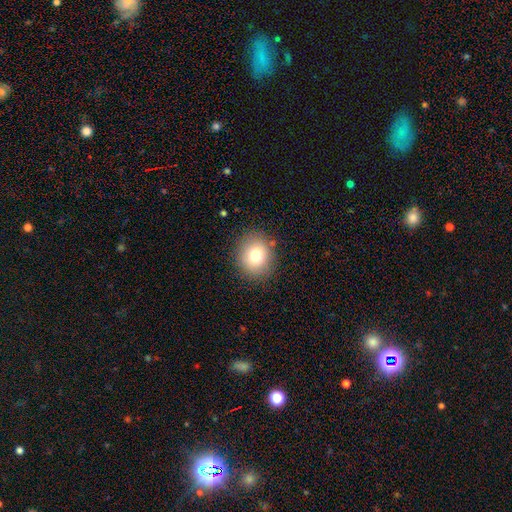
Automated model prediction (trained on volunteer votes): Morphology: type=smooth (78%); roundness=round (75%); merging=none (86%).